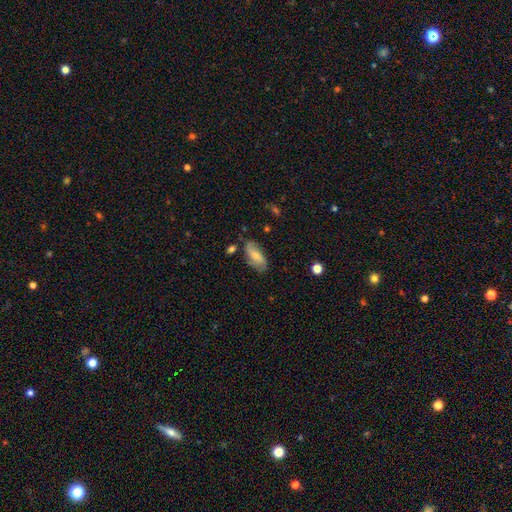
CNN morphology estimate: Smooth or featured? Predicted: smooth (p=0.53). How rounded? Predicted: in between (p=0.86). Merging? Predicted: none (p=0.70).